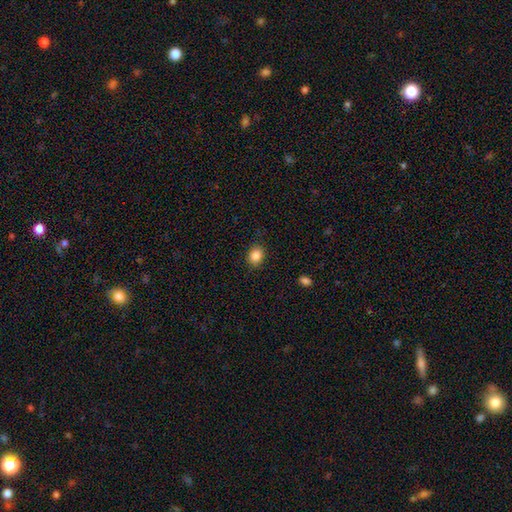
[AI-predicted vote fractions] The model was most divided on "how rounded": round: 58%, in between: 41%, cigar-shaped: 1%. More confident: merging — none (88%); smooth or featured — smooth (86%).